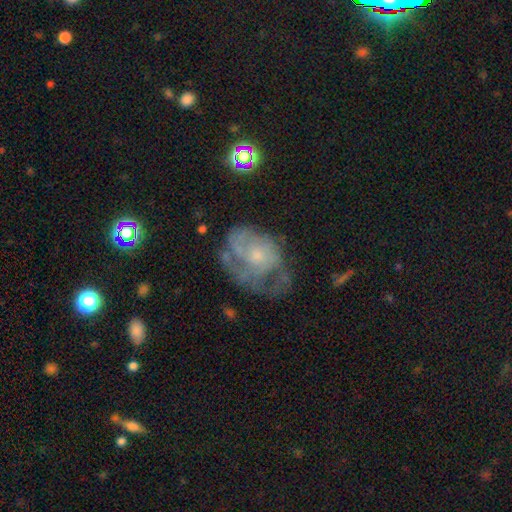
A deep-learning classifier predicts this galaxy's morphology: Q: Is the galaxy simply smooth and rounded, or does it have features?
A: featured or disk — 67%.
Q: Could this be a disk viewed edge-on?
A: no — 97%.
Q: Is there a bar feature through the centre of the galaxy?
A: no — 80%.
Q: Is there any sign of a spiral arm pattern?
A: yes — 69%.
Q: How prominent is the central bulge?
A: small — 50%.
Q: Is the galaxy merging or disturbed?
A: none — 45%.